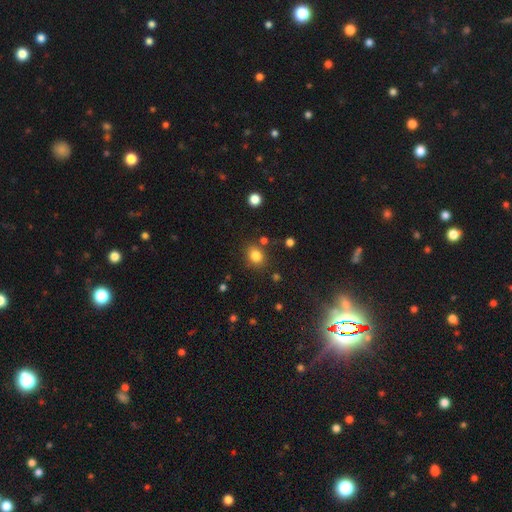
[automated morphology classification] Smooth or featured? Predicted: smooth (p=0.81). How rounded? Predicted: round (p=0.57). Merging? Predicted: none (p=0.79).